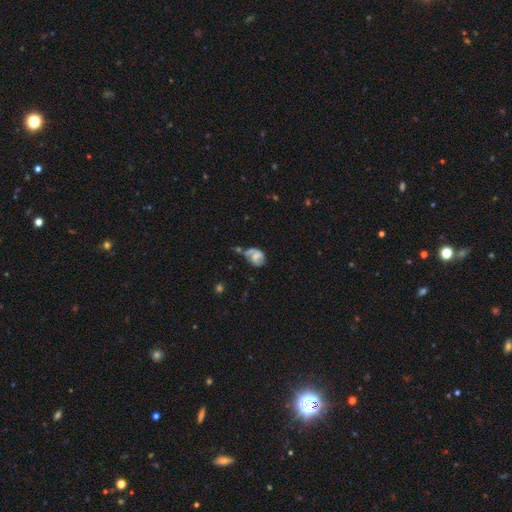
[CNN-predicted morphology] The model was most divided on "merging": none: 30%, minor disturbance: 25%, major disturbance: 25%, merger: 21%. Remaining: smooth or featured — featured or disk (49%).